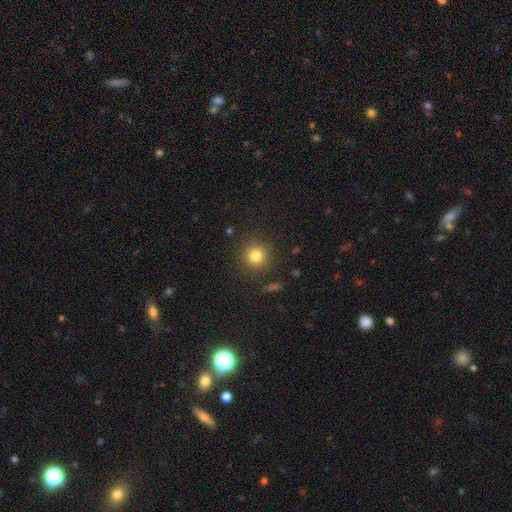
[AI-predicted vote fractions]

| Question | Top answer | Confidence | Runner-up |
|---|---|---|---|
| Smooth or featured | smooth | 80% | star or artifact (13%) |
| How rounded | round | 93% | in between (6%) |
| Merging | none | 88% | minor disturbance (7%) |